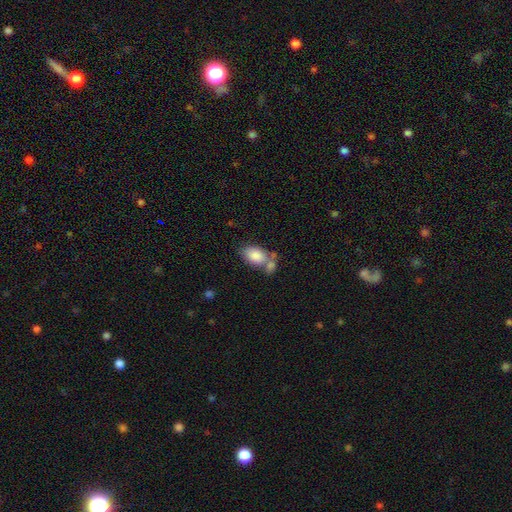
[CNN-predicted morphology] Smooth or featured? Predicted: smooth (p=0.84). How rounded? Predicted: in between (p=0.88). Merging? Predicted: none (p=0.43).